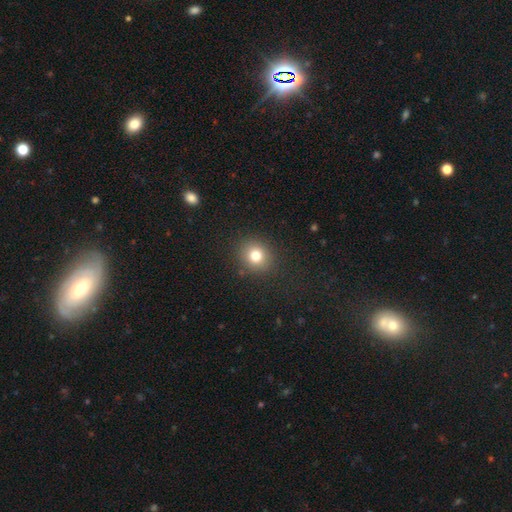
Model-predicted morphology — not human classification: type=smooth (78%); roundness=round (80%); merging=none (88%).